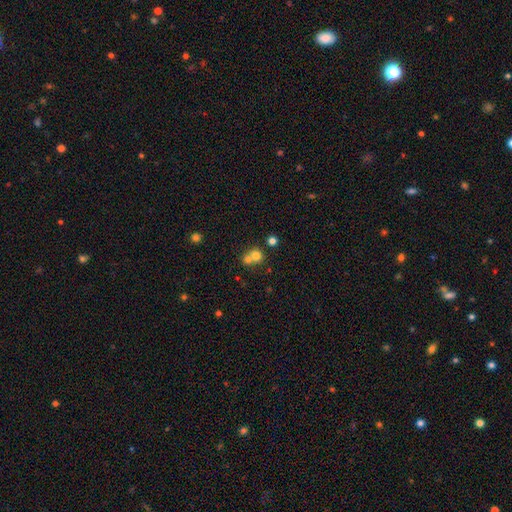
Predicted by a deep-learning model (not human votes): smooth_or_featured: smooth (p=0.72) [alt: star or artifact p=0.14]
how_rounded: round (p=0.84) [alt: in between p=0.15]
merging: merger (p=0.54) [alt: none p=0.38]